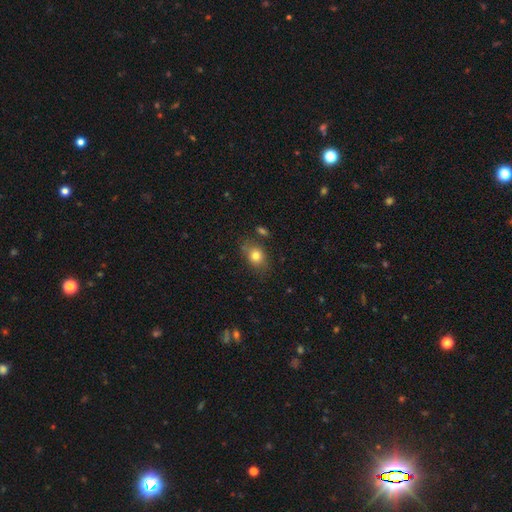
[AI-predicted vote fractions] Smooth or featured? smooth (79%)
How rounded? in between (56%)
Merging? none (71%)